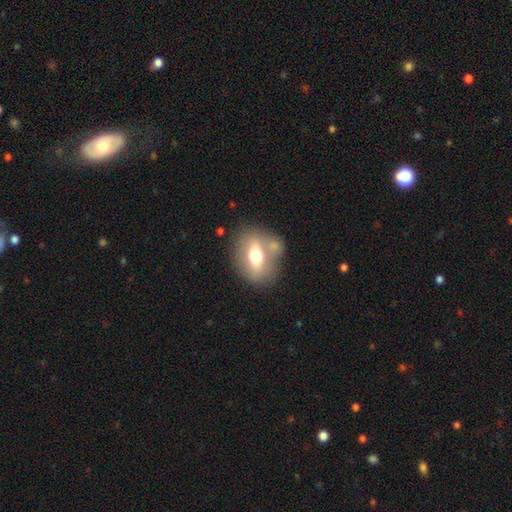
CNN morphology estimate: A smooth galaxy with no disk features (52%) that is in between round and cigar-shaped (67%). Merging: none (62%).